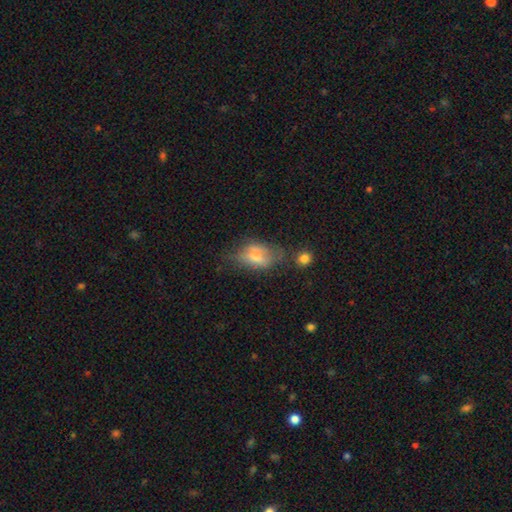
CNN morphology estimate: A smooth galaxy with no disk features (55%) that is in between round and cigar-shaped (83%). Merging: none (52%).